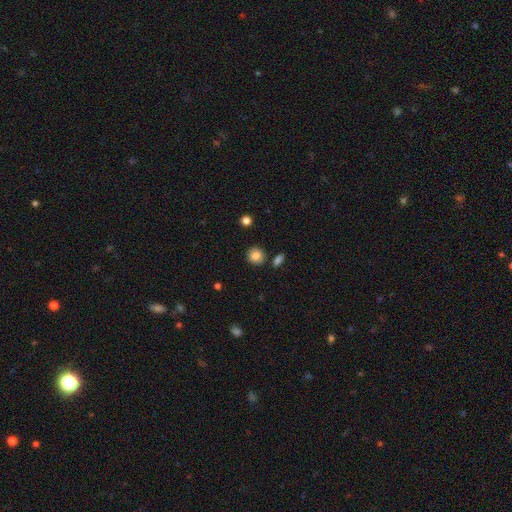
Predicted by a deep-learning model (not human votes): Morphology: type=smooth (84%); roundness=round (87%); merging=none (86%).